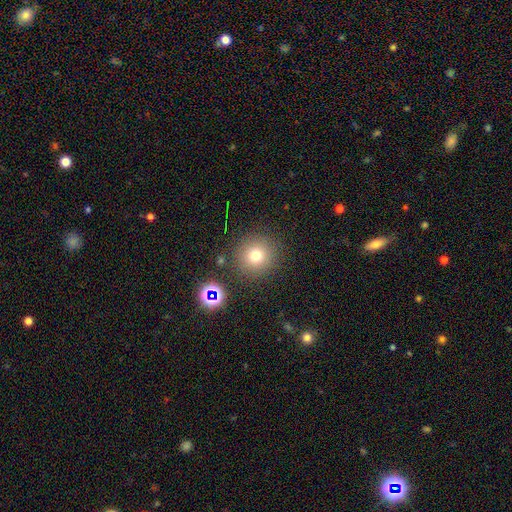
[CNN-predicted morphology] Smooth or featured?
  - smooth: 72% *
  - star or artifact: 17%
  - featured or disk: 10%
How rounded?
  - round: 95% *
  - in between: 4%
  - cigar-shaped: 1%
Merging?
  - none: 86% *
  - minor disturbance: 7%
  - merger: 4%
  - major disturbance: 3%